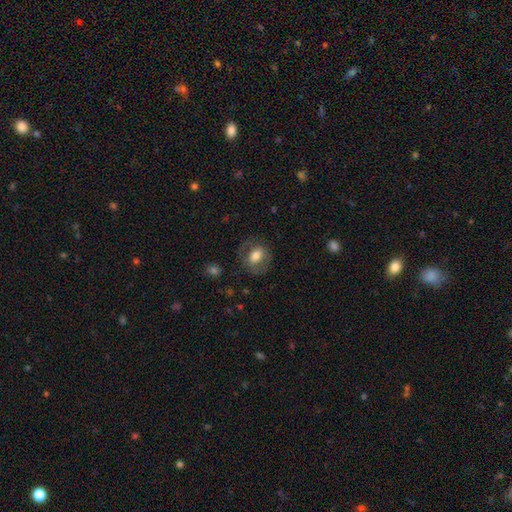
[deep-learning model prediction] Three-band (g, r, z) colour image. It shows a smooth galaxy with no disk features (66%) that is round (50%). Merging: none (77%).